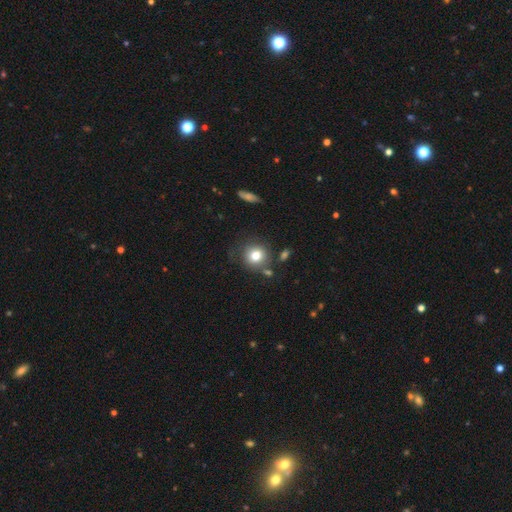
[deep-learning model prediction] Smooth or featured? Predicted: smooth (p=0.78). How rounded? Predicted: round (p=0.88). Merging? Predicted: none (p=0.74).